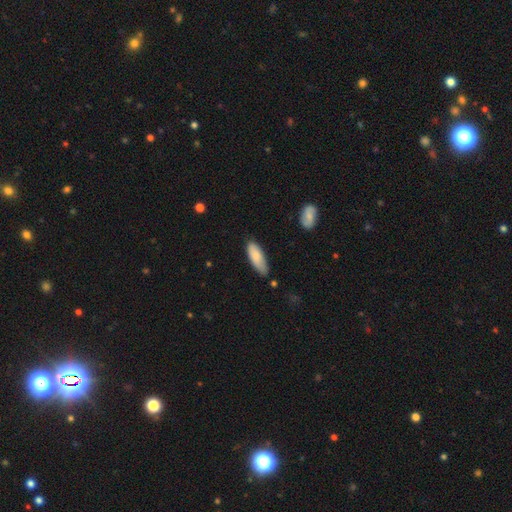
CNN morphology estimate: A smooth galaxy with no disk features (84%) that is in between round and cigar-shaped (63%).

Vote fractions:
- Smooth or featured? smooth: 84% / featured or disk: 10% / star or artifact: 6%
- How rounded? in between: 63% / cigar-shaped: 35% / round: 2%
- Merging? none: 66% / minor disturbance: 27% / major disturbance: 4% / merger: 3%